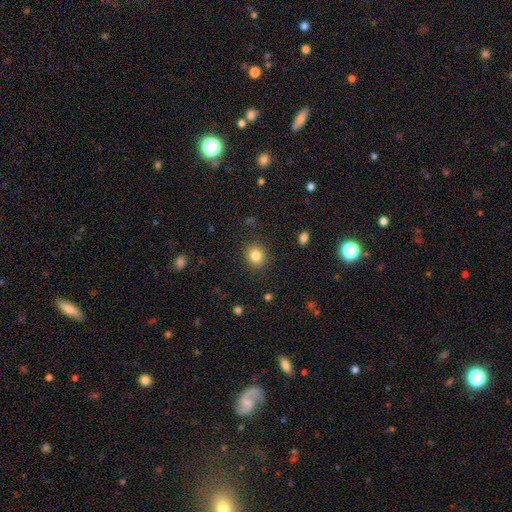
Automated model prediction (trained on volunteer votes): Overall: smooth (83%). How rounded: round (82%). Merging: none (89%).